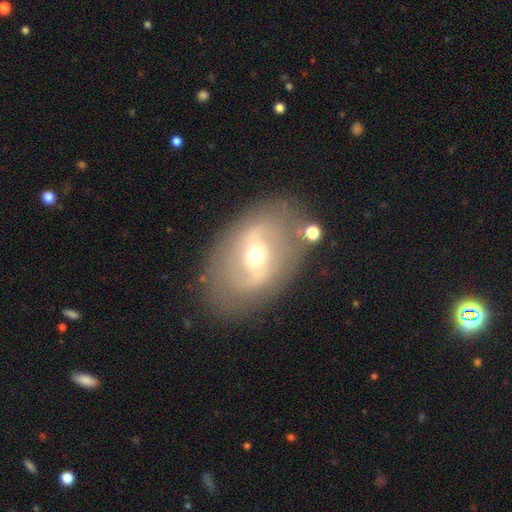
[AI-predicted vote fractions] Smooth or featured? Predicted: featured or disk (p=0.70). Edge-on disk? Predicted: no (p=0.93). Bar? Predicted: weak (p=0.46). Spiral arms? Predicted: yes (p=0.65). Bulge size? Predicted: moderate (p=0.60). Merging? Predicted: none (p=0.76).